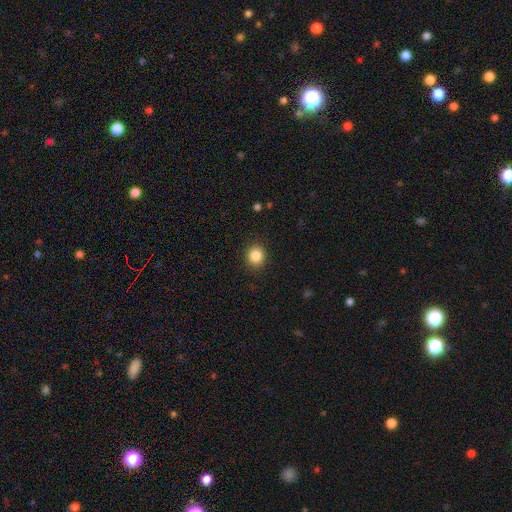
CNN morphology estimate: smooth-or-featured: smooth: 86% | star or artifact: 10% | featured or disk: 4%
  how-rounded: round: 78% | in between: 22% | cigar-shaped: 1%
  merging: none: 90% | minor disturbance: 7% | major disturbance: 2% | merger: 1%